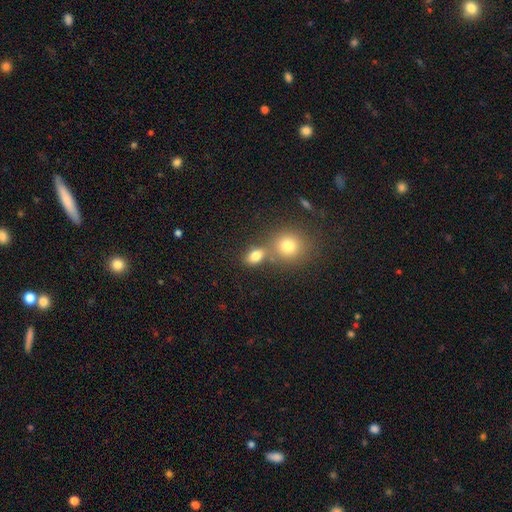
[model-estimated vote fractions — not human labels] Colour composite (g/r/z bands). It shows a smooth galaxy with no disk features (79%) that is in between round and cigar-shaped (63%). Merging: none (53%).